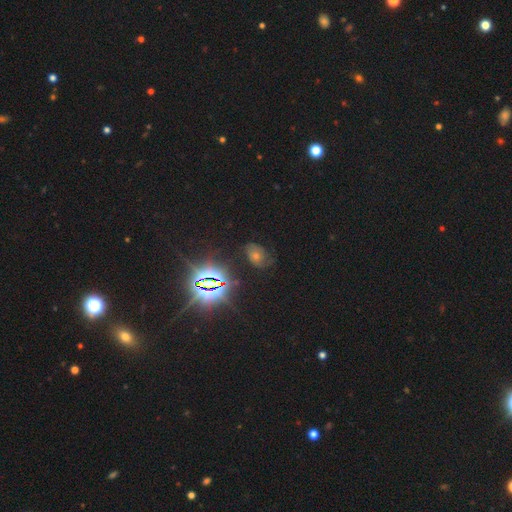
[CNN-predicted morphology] type=star or artifact (54%).